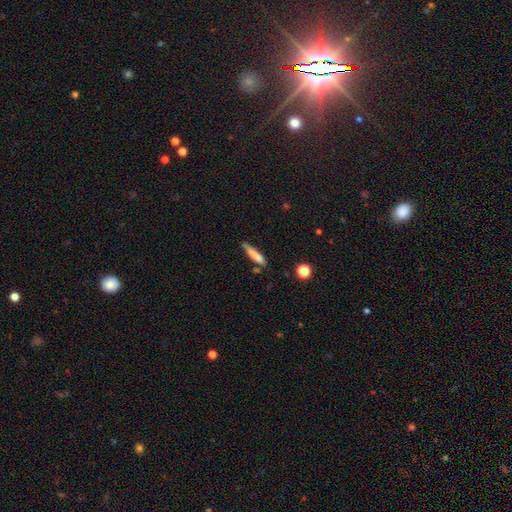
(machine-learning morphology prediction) This is likely a smooth galaxy (78%). How rounded: clearly cigar-shaped (85%). Merging: possibly none (60%).